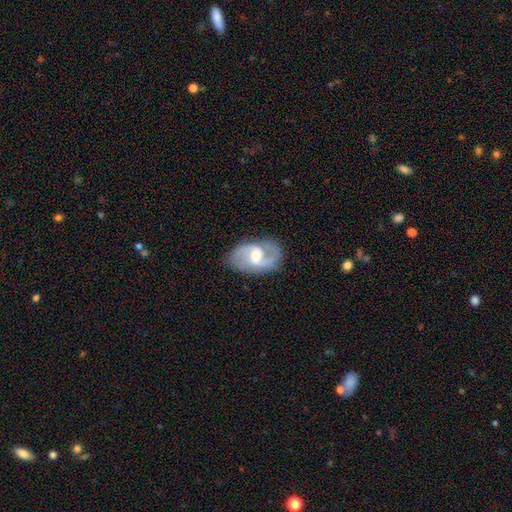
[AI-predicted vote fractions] A featured or disk galaxy (86%) with a weak bar (56%), 2 (88%) medium (55%) spiral arms (96%) and a moderate central bulge (64%).

Vote fractions:
- Smooth or featured? featured or disk: 86% / smooth: 10% / star or artifact: 5%
- Edge-on disk? no: 97% / yes: 3%
- Bar? weak: 56% / no: 26% / strong: 18%
- Spiral arms? yes: 96% / no: 4%
- Spiral winding? medium: 55% / loose: 26% / tight: 19%
- Spiral arm count? 2: 88% / can't tell: 4% / 3: 3% / 1: 2% / 4: 1% / more than 4: 1%
- Bulge size? moderate: 64% / small: 29% / large: 5% / none: 1% / dominant: 1%
- Merging? none: 81% / minor disturbance: 13% / major disturbance: 5% / merger: 1%